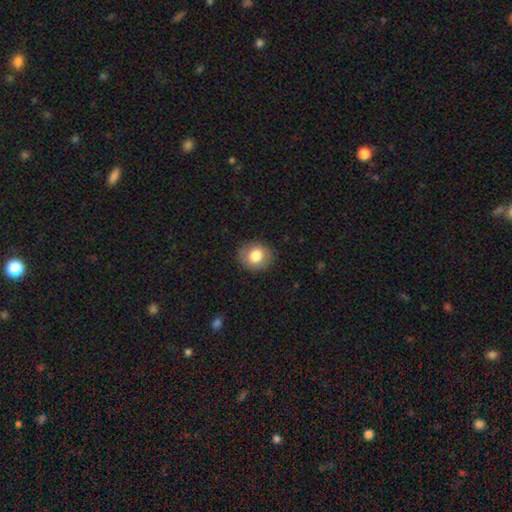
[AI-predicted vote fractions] Smooth or featured: smooth — 79% (featured or disk — 12%)
How rounded: round — 71% (in between — 28%)
Merging: none — 87% (minor disturbance — 9%)